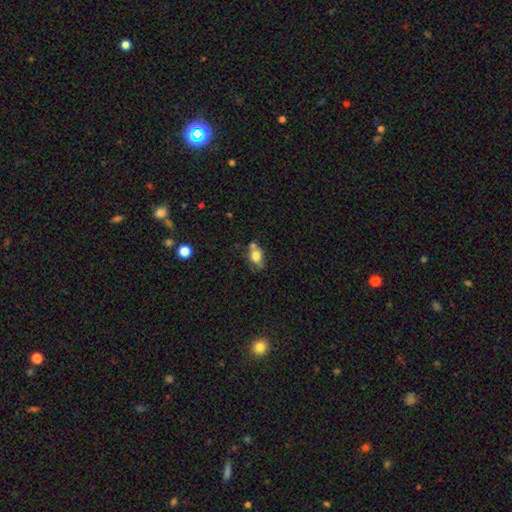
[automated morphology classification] This appears to be a smooth galaxy with no disk features (76%) that is in between round and cigar-shaped (70%). Merging: none (48%).